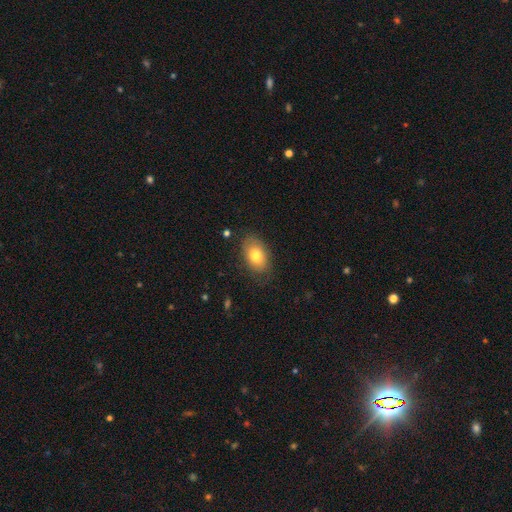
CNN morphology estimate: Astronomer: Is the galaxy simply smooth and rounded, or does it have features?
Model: smooth — 73%.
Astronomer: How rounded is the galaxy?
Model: in between — 88%.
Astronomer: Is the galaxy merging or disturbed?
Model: none — 75%.